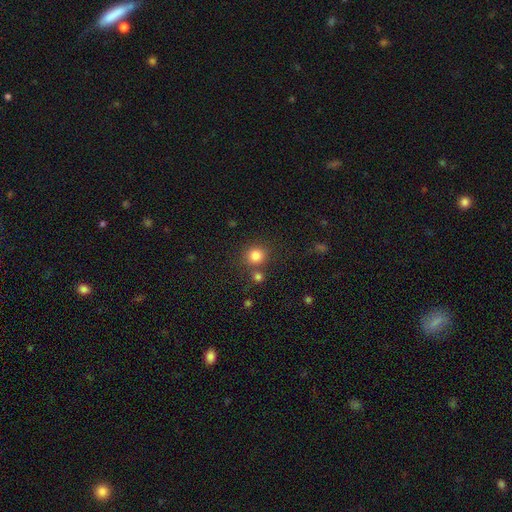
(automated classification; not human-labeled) Morphology: type=smooth (82%); roundness=round (87%); merging=none (73%).